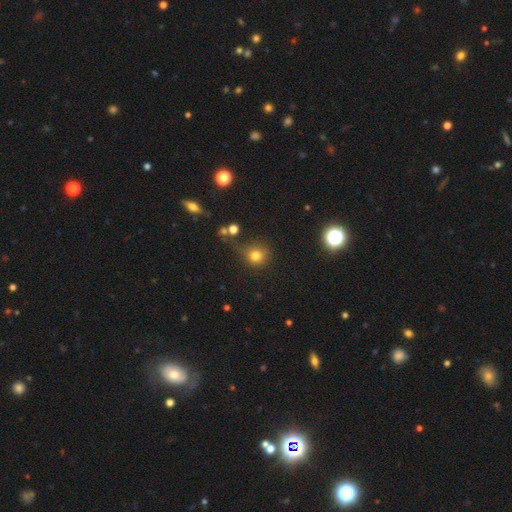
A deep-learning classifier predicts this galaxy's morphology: Smooth or featured? Predicted: smooth (p=0.77). How rounded? Predicted: round (p=0.86). Merging? Predicted: none (p=0.59).